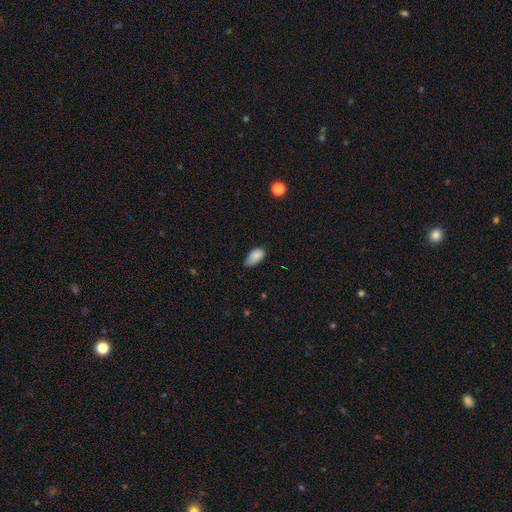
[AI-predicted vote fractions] This appears to be a smooth galaxy with no disk features (86%) that is in between round and cigar-shaped (94%). Merging: none (53%).